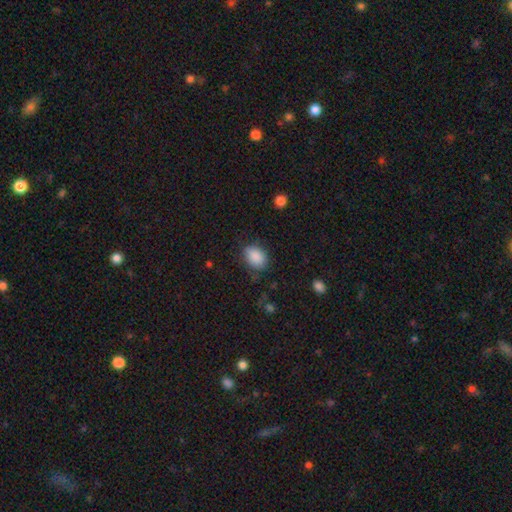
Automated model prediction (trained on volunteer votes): This is clearly a smooth galaxy (88%). How rounded: likely in between (74%). Merging: likely none (77%).